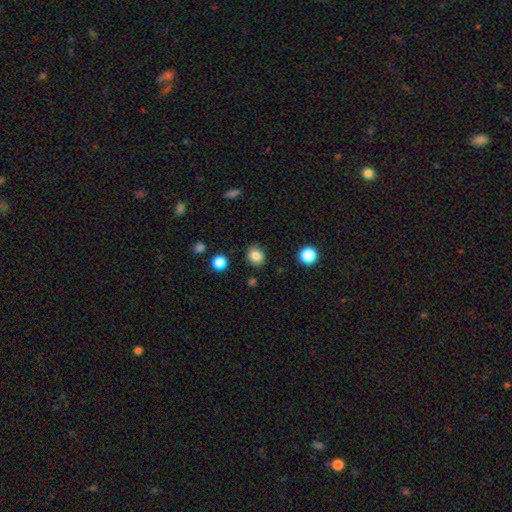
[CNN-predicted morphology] This appears to be a smooth galaxy with no disk features (84%) that is round (64%). Merging: none (86%).